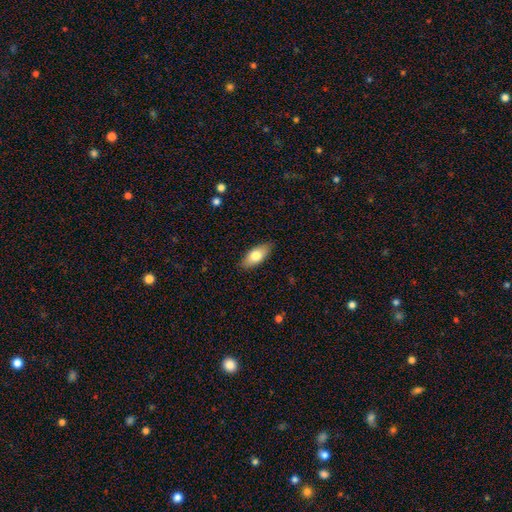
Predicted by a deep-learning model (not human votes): Q: Smooth or featured?
A: smooth (76%); runner-up: featured or disk (18%)
Q: How rounded?
A: in between (86%); runner-up: cigar-shaped (11%)
Q: Merging?
A: none (87%); runner-up: minor disturbance (10%)